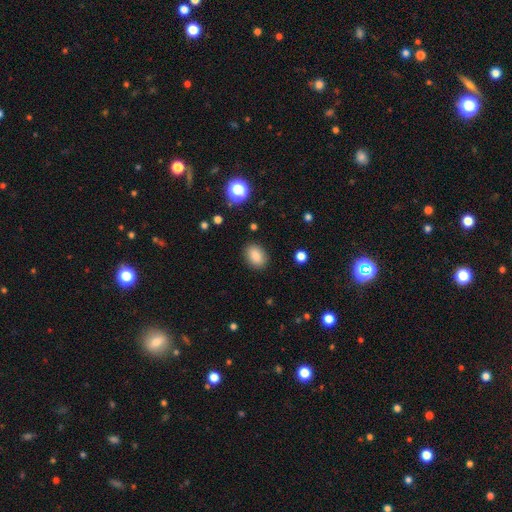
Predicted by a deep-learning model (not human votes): The model was most divided on "how rounded": in between: 76%, round: 22%, cigar-shaped: 1%. More confident: merging — none (87%); smooth or featured — smooth (85%).